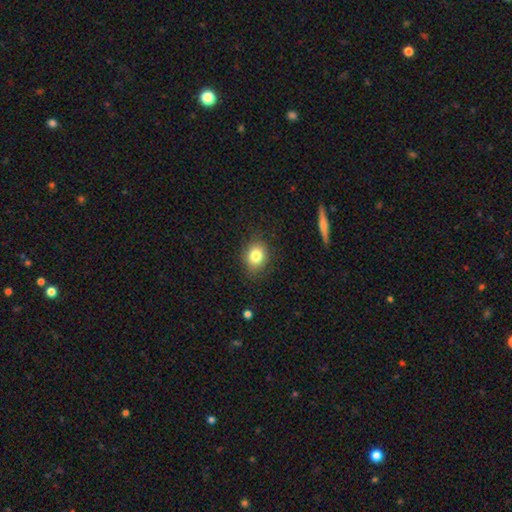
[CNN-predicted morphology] This is clearly a smooth galaxy (81%). How rounded: possibly round (54%). Merging: clearly none (83%).